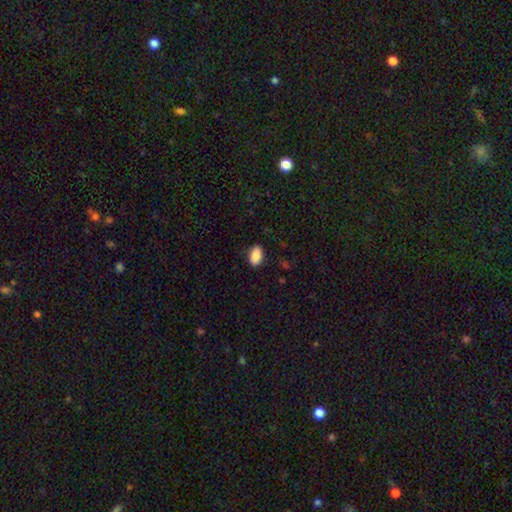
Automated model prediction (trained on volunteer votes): smooth 89%, star or artifact 7%, featured or disk 4%. Down the decision tree: how rounded — in between (93%); merging — none (88%).